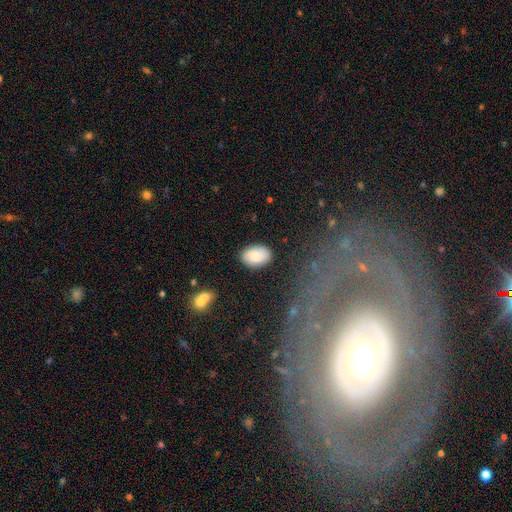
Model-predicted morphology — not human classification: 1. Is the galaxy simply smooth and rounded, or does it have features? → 75% smooth, 17% featured or disk, 7% star or artifact.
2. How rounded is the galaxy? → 85% in between, 14% round, 1% cigar-shaped.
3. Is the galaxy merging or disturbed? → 80% none, 14% minor disturbance, 3% major disturbance, 3% merger.